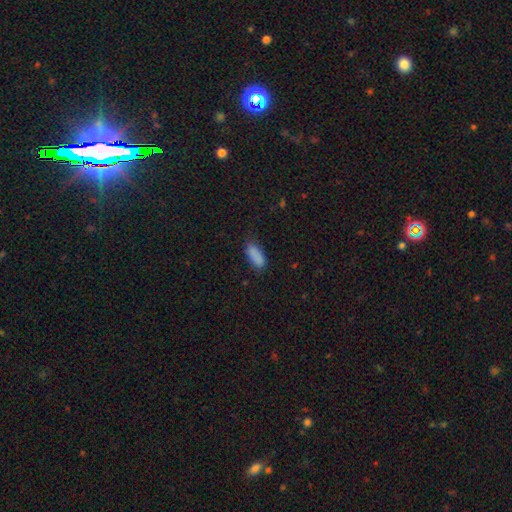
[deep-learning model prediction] The model was most divided on "merging": none: 73%, minor disturbance: 20%, major disturbance: 5%, merger: 2%. More confident: smooth or featured — smooth (87%); how rounded — in between (79%).